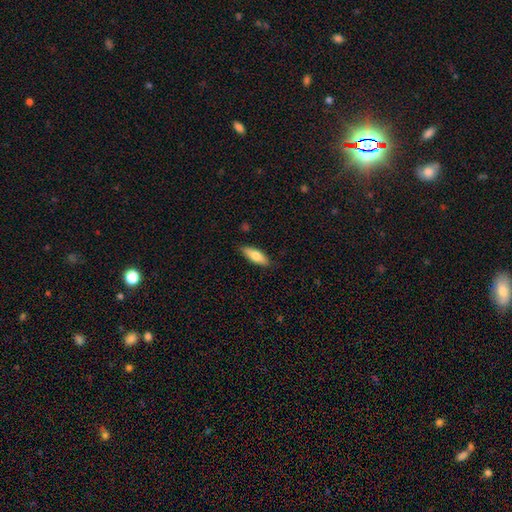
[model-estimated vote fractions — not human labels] Smooth or featured? Predicted: smooth (p=0.75). How rounded? Predicted: in between (p=0.64). Merging? Predicted: none (p=0.86).